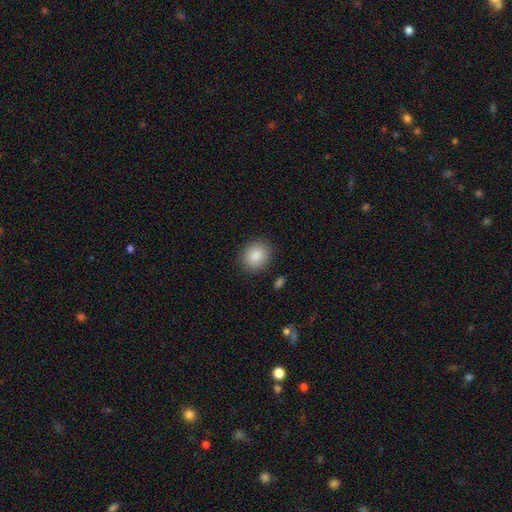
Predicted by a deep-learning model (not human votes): Overall: smooth (87%). How rounded: round (59%; in between 40%). Merging: none (87%).